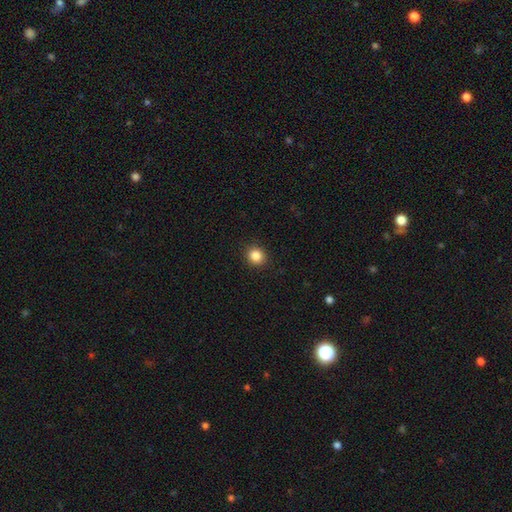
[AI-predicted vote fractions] Smooth or featured? Predicted: smooth (p=0.85). How rounded? Predicted: round (p=0.81). Merging? Predicted: none (p=0.92).